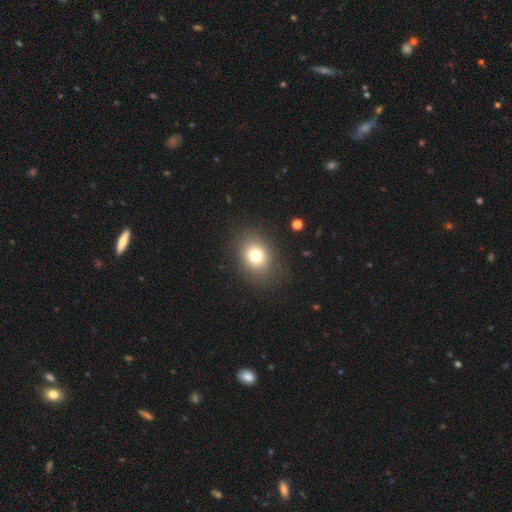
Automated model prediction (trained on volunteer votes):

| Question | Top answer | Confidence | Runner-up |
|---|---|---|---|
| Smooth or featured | smooth | 76% | star or artifact (13%) |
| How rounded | in between | 50% | round (49%) |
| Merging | none | 83% | minor disturbance (11%) |